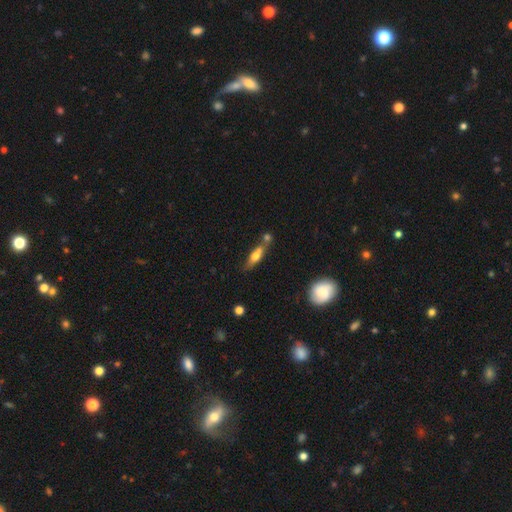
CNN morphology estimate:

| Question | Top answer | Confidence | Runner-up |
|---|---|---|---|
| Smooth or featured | smooth | 55% | featured or disk (37%) |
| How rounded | cigar-shaped | 53% | in between (42%) |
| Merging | none | 43% | merger (36%) |